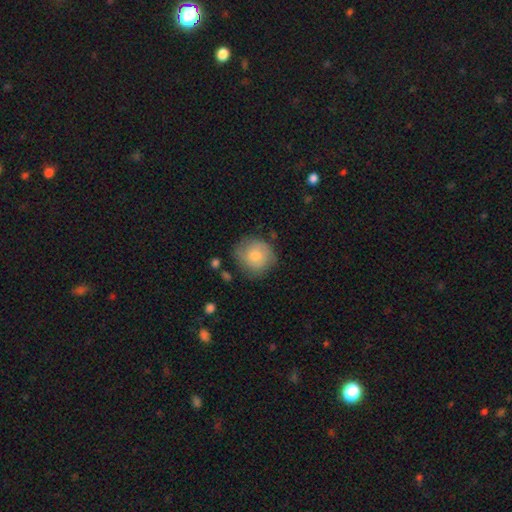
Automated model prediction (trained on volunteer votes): This is likely a smooth galaxy (68%). How rounded: clearly round (88%). Merging: likely none (72%).